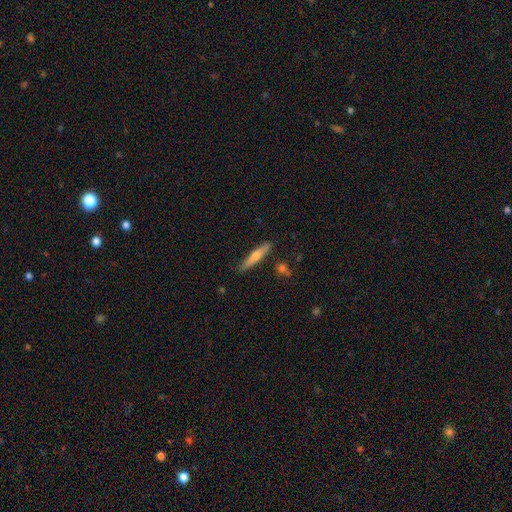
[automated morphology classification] A smooth galaxy with no disk features (50%) that is cigar-shaped (90%). Merging: none (86%).